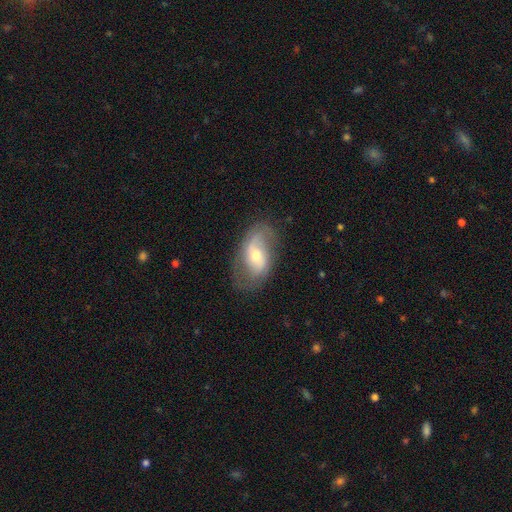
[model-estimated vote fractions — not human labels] smooth_or_featured: featured or disk (p=0.68) [alt: smooth p=0.24]
disk_edge_on: no (p=0.94) [alt: yes p=0.06]
bar: weak (p=0.43) [alt: no p=0.40]
has_spiral_arms: yes (p=0.82) [alt: no p=0.18]
spiral_winding: loose (p=0.49) [alt: medium p=0.36]
spiral_arm_count: 2 (p=0.75) [alt: can't tell p=0.12]
bulge_size: moderate (p=0.55) [alt: small p=0.39]
merging: none (p=0.70) [alt: minor disturbance p=0.20]